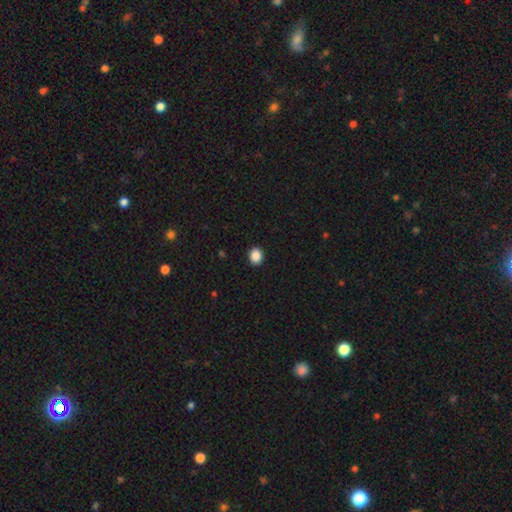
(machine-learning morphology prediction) This appears to be a smooth galaxy with no disk features (88%) that is round (50%). Merging: none (92%).